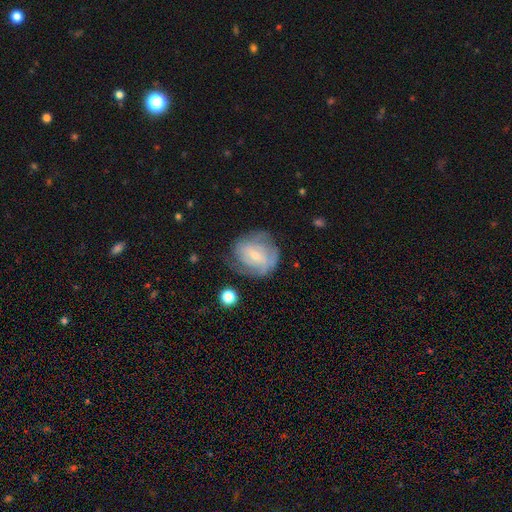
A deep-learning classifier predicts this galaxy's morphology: Smooth or featured? Predicted: featured or disk (p=0.66). Edge-on disk? Predicted: no (p=0.97). Bar? Predicted: weak (p=0.47). Spiral arms? Predicted: yes (p=0.84). Spiral winding? Predicted: tight (p=0.50). Spiral arm count? Predicted: can't tell (p=0.38). Bulge size? Predicted: small (p=0.66). Merging? Predicted: none (p=0.62).